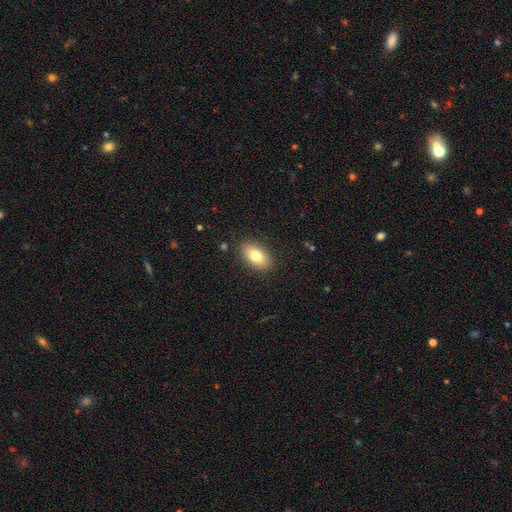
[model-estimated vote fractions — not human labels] This is likely a smooth galaxy (79%). How rounded: clearly in between (91%). Merging: clearly none (87%).